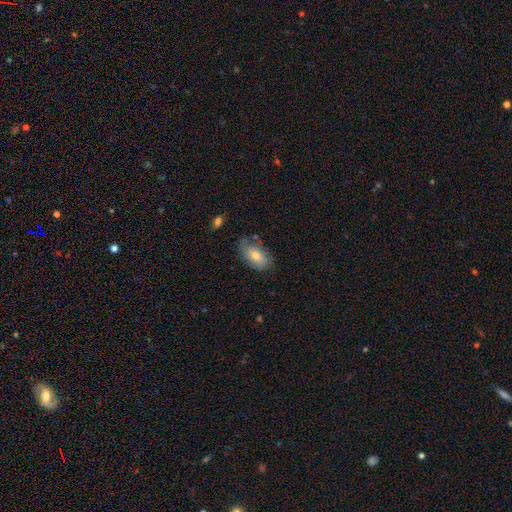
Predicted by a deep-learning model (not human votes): Q: Smooth or featured?
A: smooth (66%); runner-up: featured or disk (26%)
Q: How rounded?
A: in between (91%); runner-up: round (5%)
Q: Merging?
A: none (66%); runner-up: minor disturbance (25%)